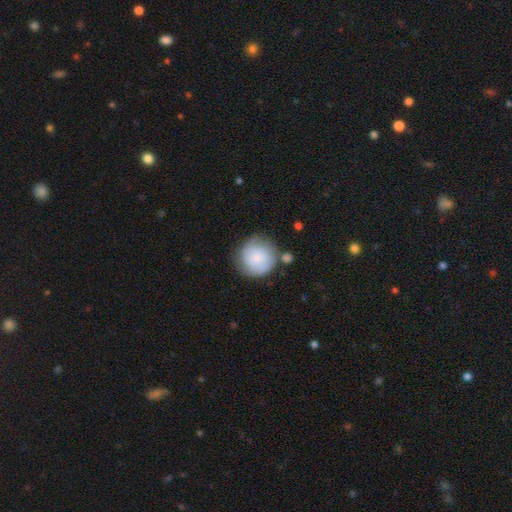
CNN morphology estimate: smooth 70%, featured or disk 23%, star or artifact 7%. Down the decision tree: how rounded — round (89%); merging — none (62%).